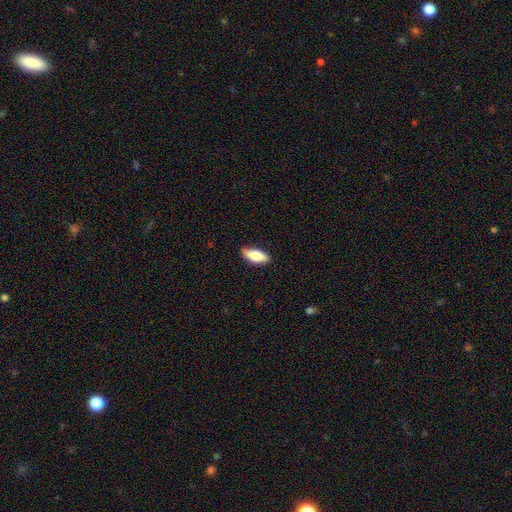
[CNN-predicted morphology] Overall: smooth (76%). How rounded: in between (81%). Merging: none (84%).